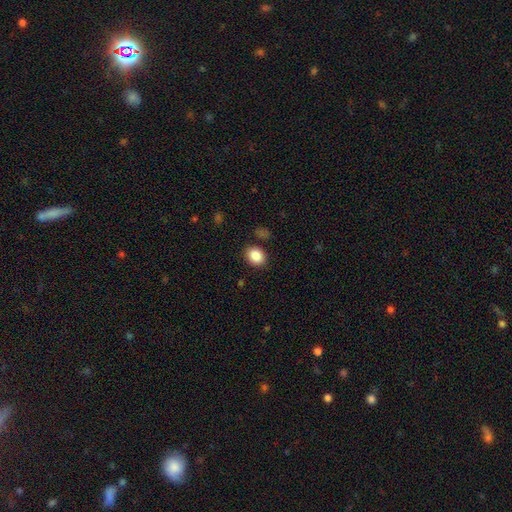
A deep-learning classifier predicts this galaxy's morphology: The model was most divided on "how rounded": round: 59%, in between: 40%, cigar-shaped: 1%. More confident: smooth or featured — smooth (87%); merging — none (85%).